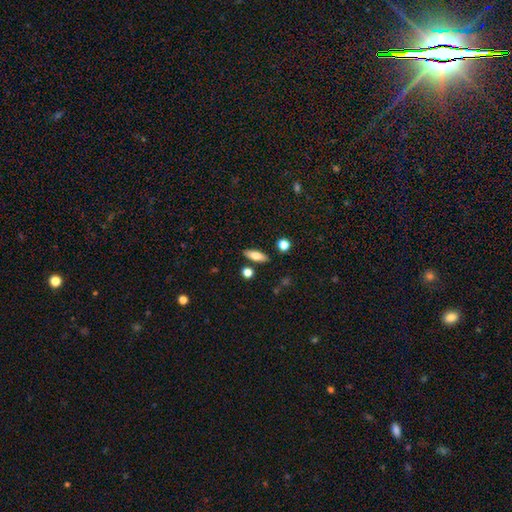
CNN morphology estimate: Smooth or featured: smooth — 72% (featured or disk — 21%)
How rounded: in between — 65% (cigar-shaped — 31%)
Merging: none — 84% (minor disturbance — 9%)